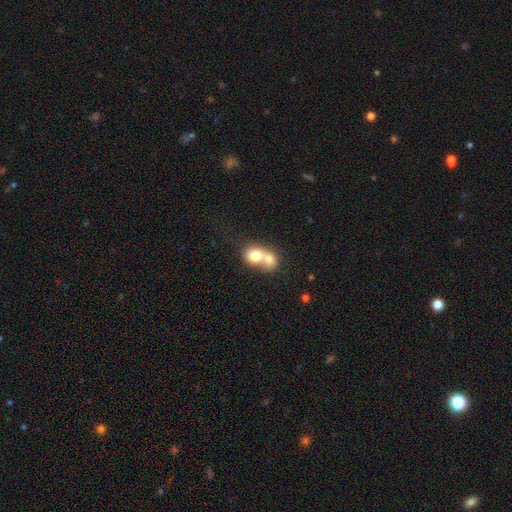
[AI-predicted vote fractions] Smooth or featured: smooth — 72% (featured or disk — 20%)
How rounded: round — 58% (in between — 41%)
Merging: merger — 79% (none — 14%)